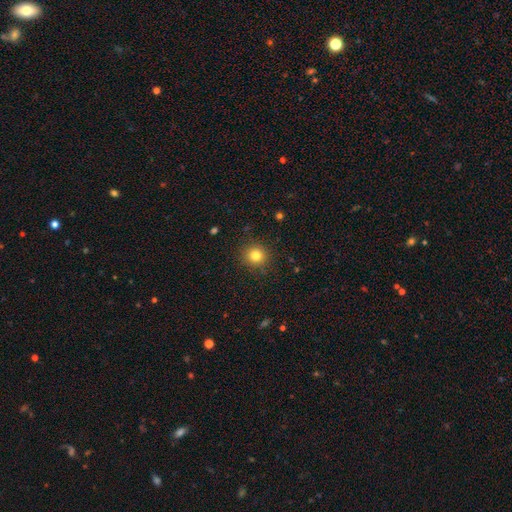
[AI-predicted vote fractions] Smooth or featured?
  - smooth: 81% *
  - star or artifact: 13%
  - featured or disk: 7%
How rounded?
  - round: 91% *
  - in between: 8%
  - cigar-shaped: 1%
Merging?
  - none: 90% *
  - minor disturbance: 7%
  - major disturbance: 2%
  - merger: 1%